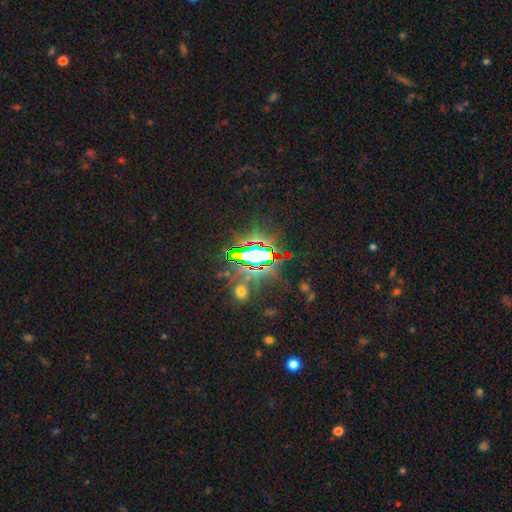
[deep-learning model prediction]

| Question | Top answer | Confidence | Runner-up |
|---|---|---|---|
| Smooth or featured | star or artifact | 77% | smooth (12%) |